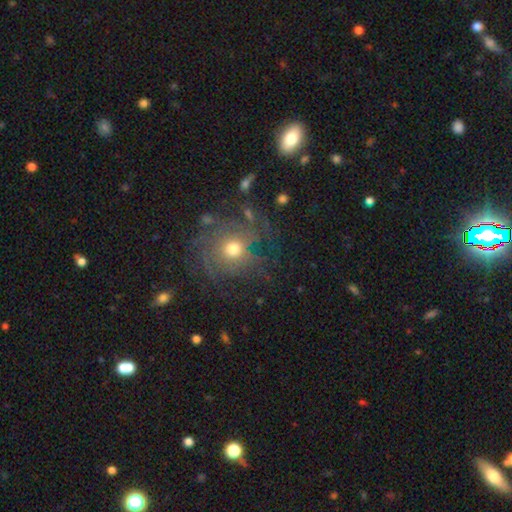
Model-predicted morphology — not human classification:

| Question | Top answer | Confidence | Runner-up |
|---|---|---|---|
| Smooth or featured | smooth | 43% | star or artifact (32%) |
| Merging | none | 75% | minor disturbance (14%) |